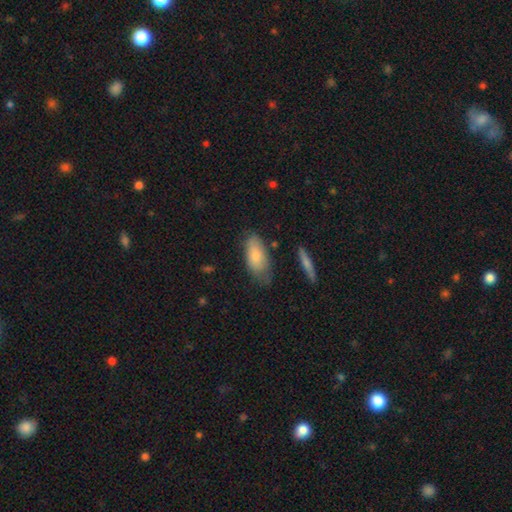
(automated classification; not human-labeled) smooth 77%, featured or disk 17%, star or artifact 6%. Down the decision tree: how rounded — in between (89%); merging — none (58%).